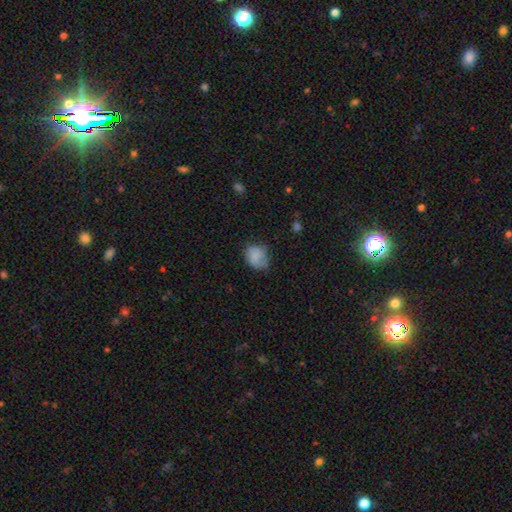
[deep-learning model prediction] Overall: smooth (80%). How rounded: round (55%; in between 45%). Merging: none (53%; minor disturbance 34%).